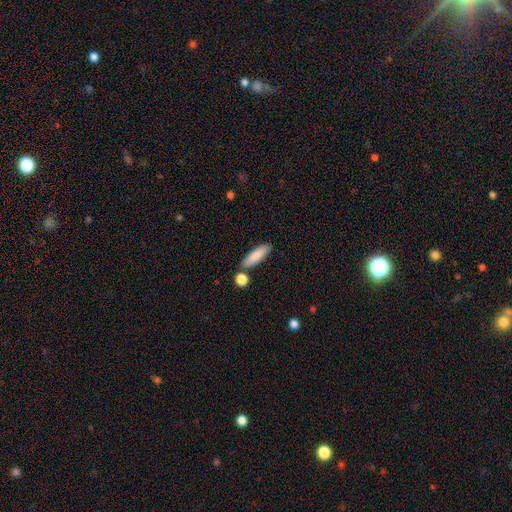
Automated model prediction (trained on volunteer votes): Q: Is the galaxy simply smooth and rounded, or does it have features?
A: smooth — 84%.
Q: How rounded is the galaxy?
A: cigar-shaped — 57%.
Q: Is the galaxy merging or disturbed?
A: none — 78%.